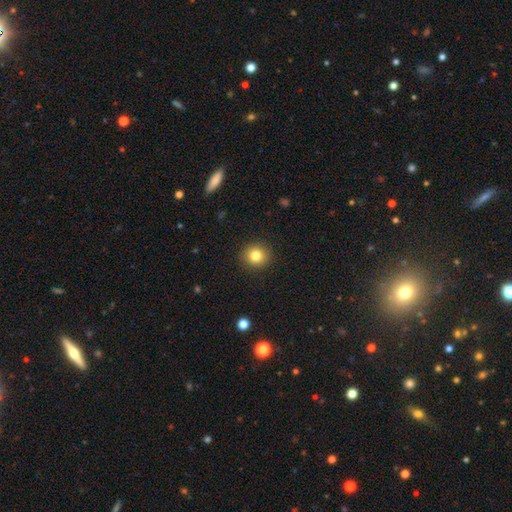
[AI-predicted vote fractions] smooth_or_featured: smooth (p=0.82) [alt: star or artifact p=0.11]
how_rounded: round (p=0.90) [alt: in between p=0.09]
merging: none (p=0.90) [alt: minor disturbance p=0.06]